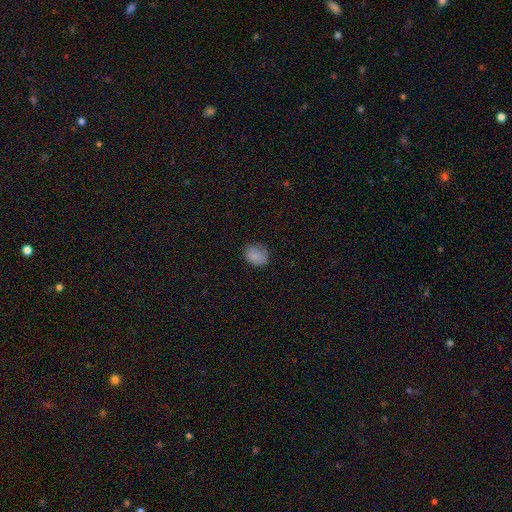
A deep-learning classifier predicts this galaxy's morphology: A smooth galaxy with no disk features (85%) that is in between round and cigar-shaped (53%).

Vote fractions:
- Smooth or featured? smooth: 85% / star or artifact: 10% / featured or disk: 6%
- How rounded? in between: 53% / round: 46% / cigar-shaped: 1%
- Merging? none: 74% / minor disturbance: 20% / major disturbance: 5% / merger: 1%